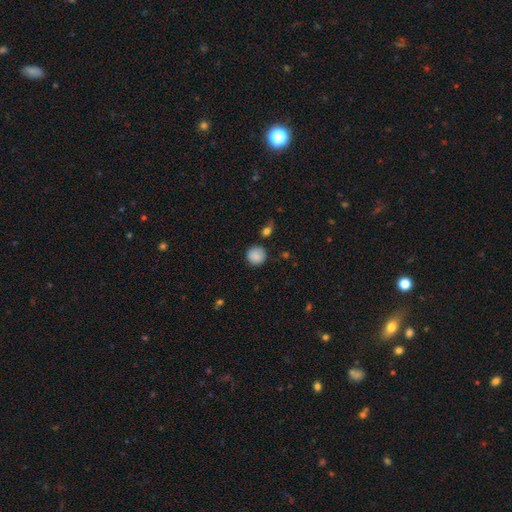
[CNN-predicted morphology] Smooth or featured? smooth (86%)
How rounded? round (91%)
Merging? none (82%)